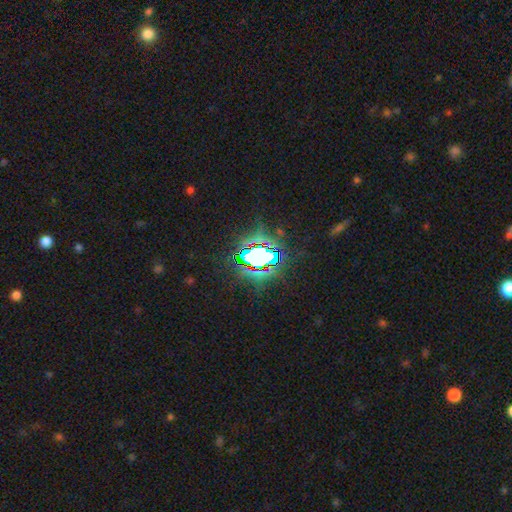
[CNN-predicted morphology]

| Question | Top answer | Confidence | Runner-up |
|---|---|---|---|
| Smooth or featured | star or artifact | 81% | smooth (11%) |